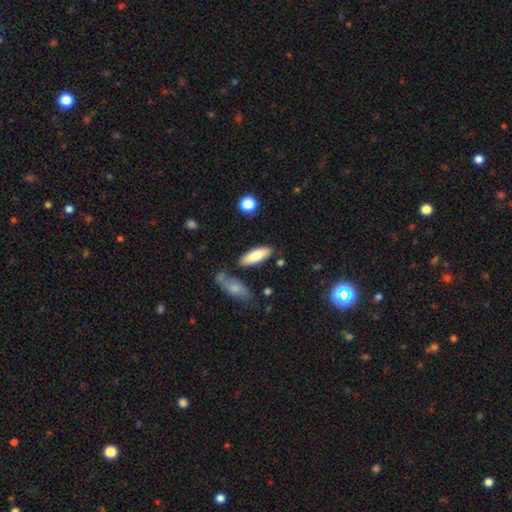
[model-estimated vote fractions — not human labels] Q: Smooth or featured?
A: smooth (80%); runner-up: featured or disk (14%)
Q: How rounded?
A: in between (69%); runner-up: cigar-shaped (29%)
Q: Merging?
A: none (77%); runner-up: minor disturbance (13%)